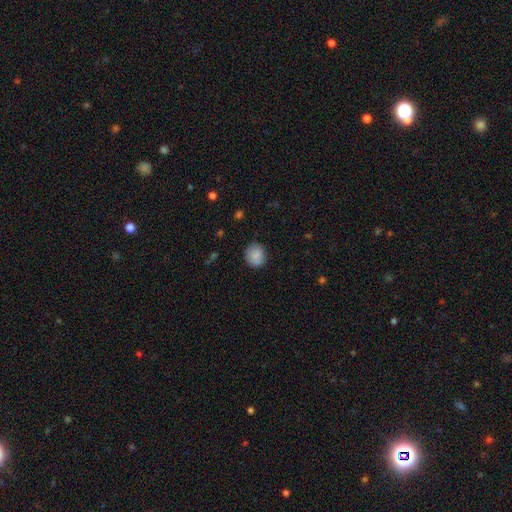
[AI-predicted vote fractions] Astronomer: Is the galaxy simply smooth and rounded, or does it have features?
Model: smooth — 87%.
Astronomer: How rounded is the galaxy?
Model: round — 77%.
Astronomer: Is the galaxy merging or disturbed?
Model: none — 83%.